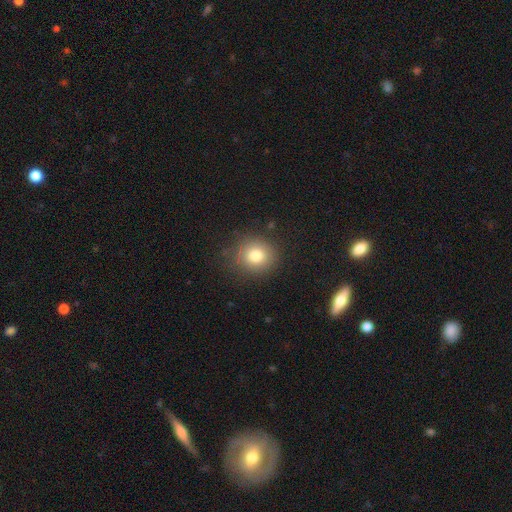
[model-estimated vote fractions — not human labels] Smooth or featured? smooth (78%)
How rounded? round (84%)
Merging? none (84%)